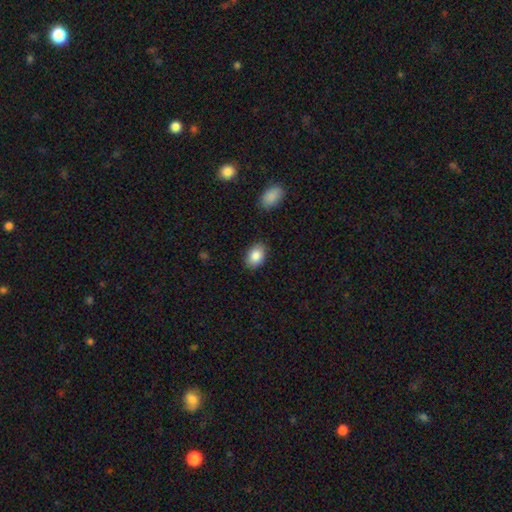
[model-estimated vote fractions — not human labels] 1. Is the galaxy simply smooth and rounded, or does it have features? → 87% smooth, 7% star or artifact, 6% featured or disk.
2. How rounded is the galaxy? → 79% in between, 20% round, 1% cigar-shaped.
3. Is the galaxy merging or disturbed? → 85% none, 11% minor disturbance, 3% major disturbance, 2% merger.